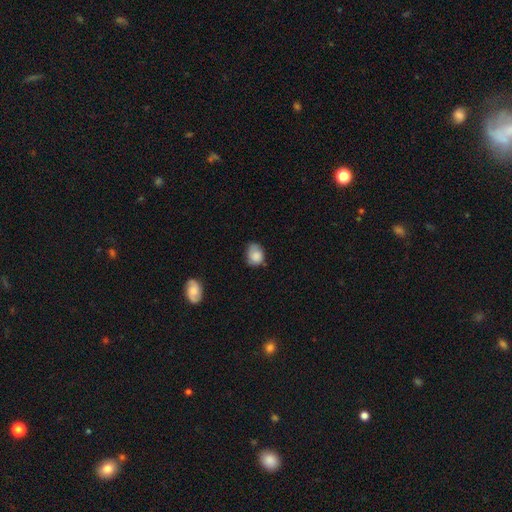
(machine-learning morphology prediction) smooth 81%, featured or disk 11%, star or artifact 8%. Down the decision tree: how rounded — round (50%); merging — none (52%).